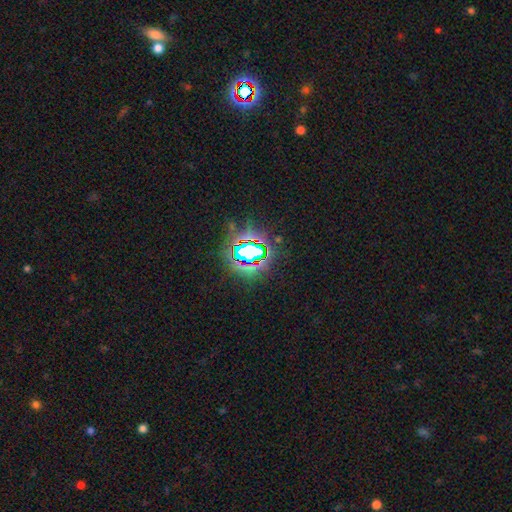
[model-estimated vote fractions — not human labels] The model was most divided on "smooth or featured": star or artifact: 71%, smooth: 18%, featured or disk: 11%.